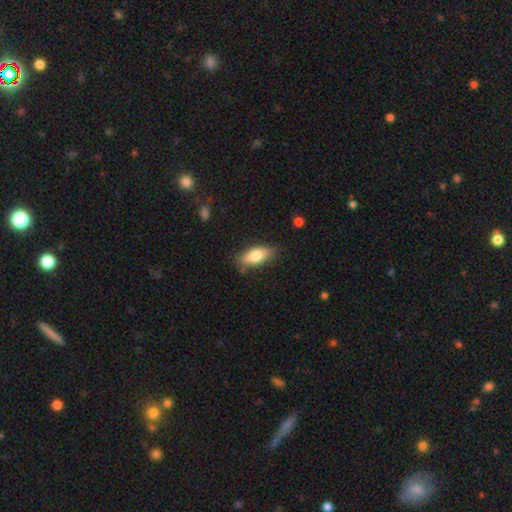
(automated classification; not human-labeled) This is likely a smooth galaxy (80%). How rounded: clearly in between (82%). Merging: likely none (79%).